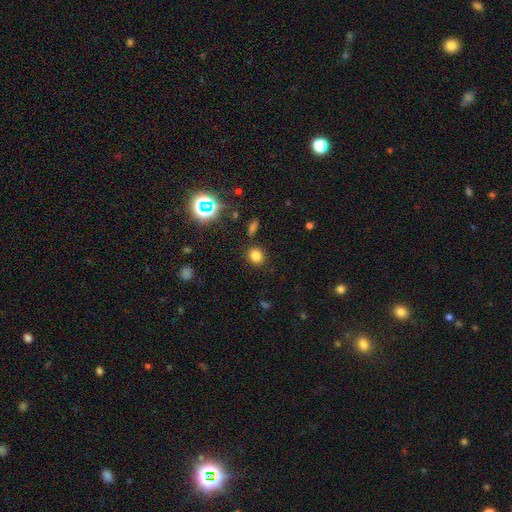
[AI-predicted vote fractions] smooth-or-featured: smooth: 78% | star or artifact: 16% | featured or disk: 6%
  how-rounded: round: 73% | in between: 26% | cigar-shaped: 1%
  merging: none: 85% | minor disturbance: 8% | merger: 3% | major disturbance: 3%